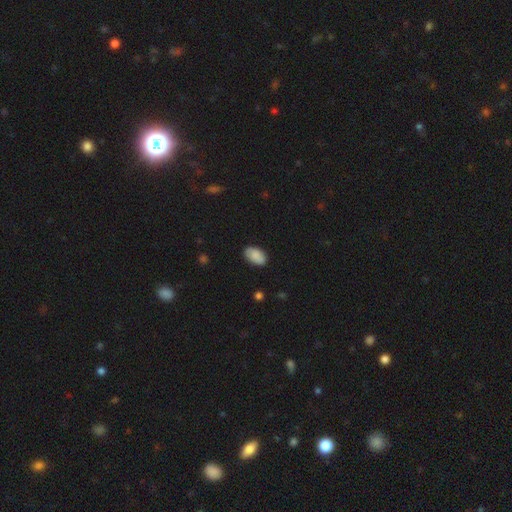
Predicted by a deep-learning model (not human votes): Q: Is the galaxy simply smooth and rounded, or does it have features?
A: smooth — 87%.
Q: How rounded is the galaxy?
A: in between — 93%.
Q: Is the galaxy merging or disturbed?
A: none — 85%.